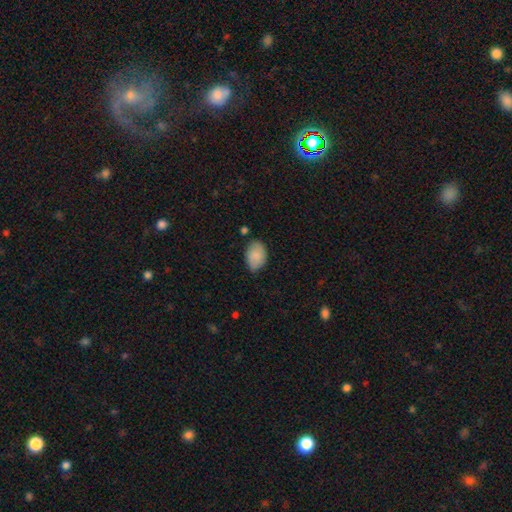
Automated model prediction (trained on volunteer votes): Q: Smooth or featured?
A: smooth (85%); runner-up: featured or disk (9%)
Q: How rounded?
A: in between (86%); runner-up: round (13%)
Q: Merging?
A: none (71%); runner-up: minor disturbance (23%)